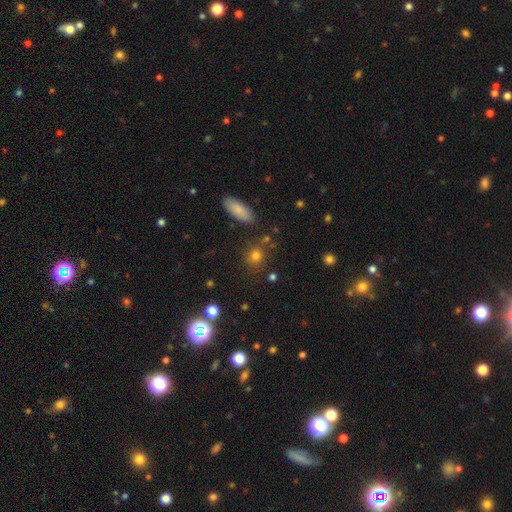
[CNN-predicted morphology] Overall: smooth (76%). How rounded: round (74%). Merging: none (78%).